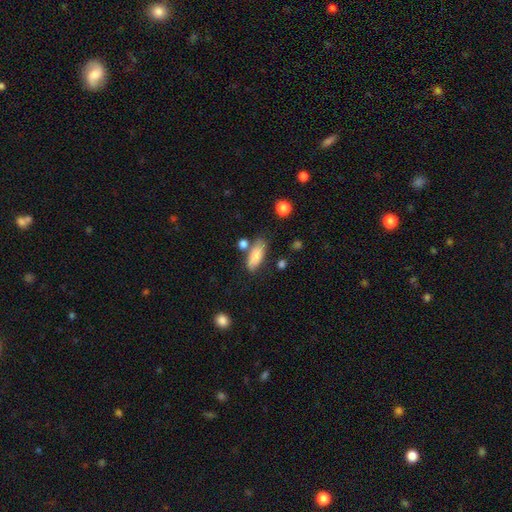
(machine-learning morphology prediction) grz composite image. It shows a smooth galaxy with no disk features (79%) that is in between round and cigar-shaped (79%). Merging: none (65%).